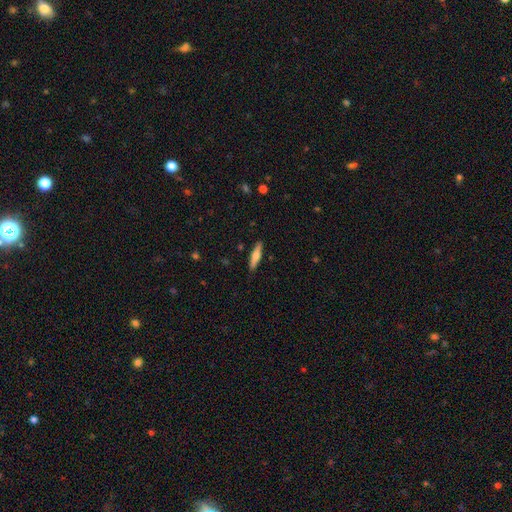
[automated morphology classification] This appears to be a smooth galaxy with no disk features (60%) that is cigar-shaped (76%). Merging: none (89%).